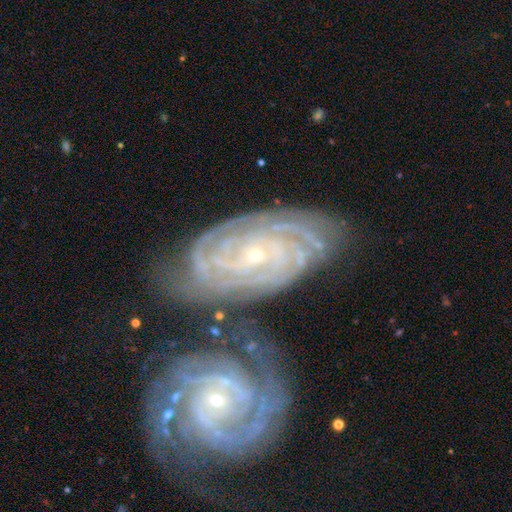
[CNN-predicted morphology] This appears to be a featured or disk galaxy (92%) with no bar (59%), 4 (25%) tight (84%) spiral arms (98%) and a small central bulge (80%). Merging: none (54%).